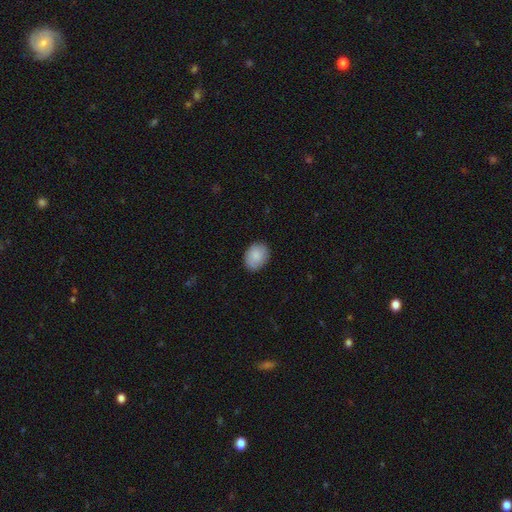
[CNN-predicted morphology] Smooth or featured? smooth (88%)
How rounded? in between (62%)
Merging? none (86%)